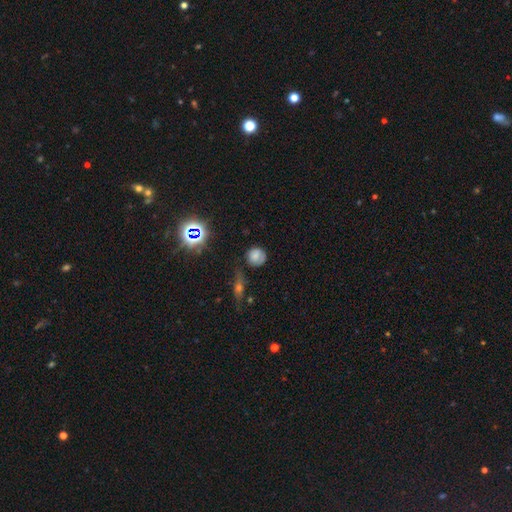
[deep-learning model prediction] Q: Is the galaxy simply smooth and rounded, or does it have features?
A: smooth — 70%.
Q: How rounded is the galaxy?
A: round — 85%.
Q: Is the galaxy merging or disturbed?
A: none — 69%.